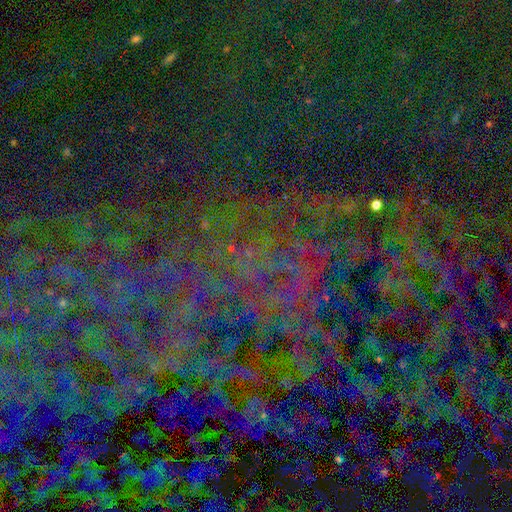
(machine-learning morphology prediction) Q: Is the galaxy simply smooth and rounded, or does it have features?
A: star or artifact — 82%.